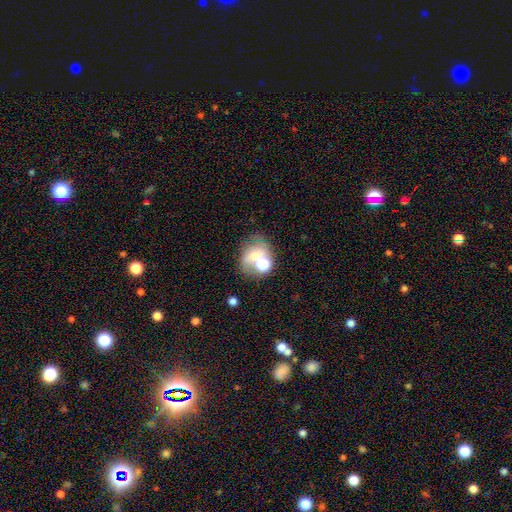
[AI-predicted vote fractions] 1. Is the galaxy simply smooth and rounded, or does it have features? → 50% smooth, 33% featured or disk, 17% star or artifact.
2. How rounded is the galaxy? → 55% round, 44% in between, 1% cigar-shaped.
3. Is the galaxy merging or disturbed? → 36% none, 35% merger, 15% minor disturbance, 14% major disturbance.